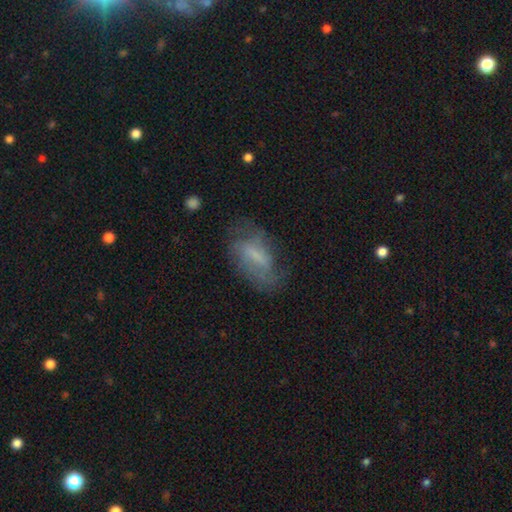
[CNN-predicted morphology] type=featured or disk (53%); edge-on=no (92%); merging=none (57%).